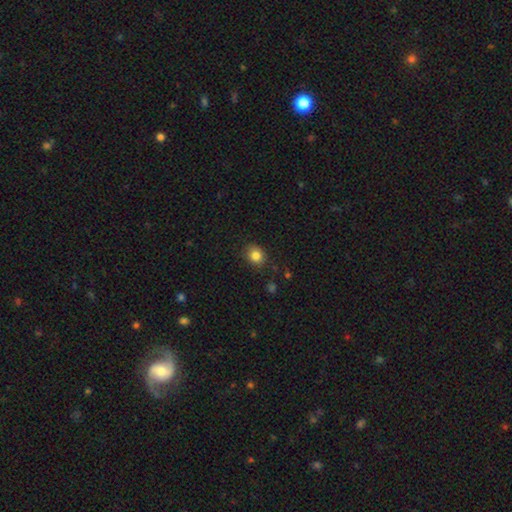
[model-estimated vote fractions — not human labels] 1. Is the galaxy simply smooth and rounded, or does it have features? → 84% smooth, 11% star or artifact, 5% featured or disk.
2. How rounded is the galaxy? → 73% round, 26% in between, 1% cigar-shaped.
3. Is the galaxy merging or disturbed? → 84% none, 12% minor disturbance, 3% major disturbance, 1% merger.